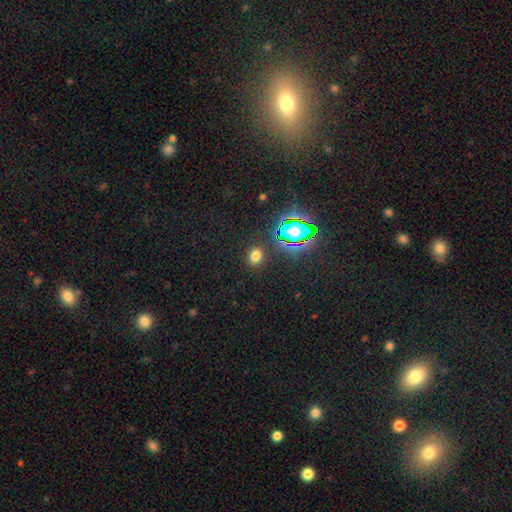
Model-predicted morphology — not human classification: smooth 69%, star or artifact 25%, featured or disk 7%. Down the decision tree: how rounded — in between (58%); merging — none (88%).